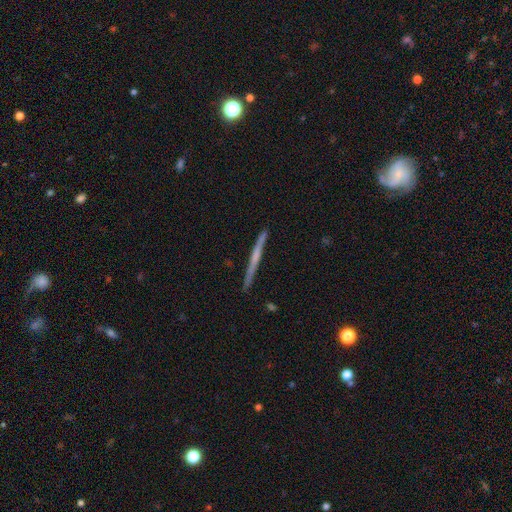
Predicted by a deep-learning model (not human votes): Q: Smooth or featured?
A: featured or disk (59%); runner-up: smooth (35%)
Q: Edge-on disk?
A: yes (98%); runner-up: no (2%)
Q: Edge-on bulge?
A: none (70%); runner-up: rounded (21%)
Q: Merging?
A: none (90%); runner-up: minor disturbance (8%)